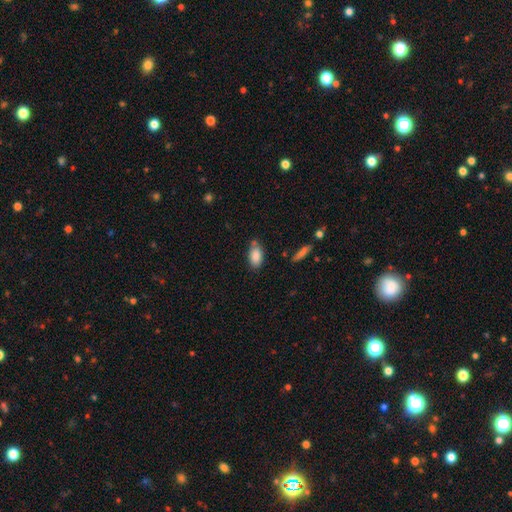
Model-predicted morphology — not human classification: The model was most divided on "merging": none: 68%, minor disturbance: 20%, merger: 8%, major disturbance: 4%. More confident: how rounded — in between (92%); smooth or featured — smooth (86%).